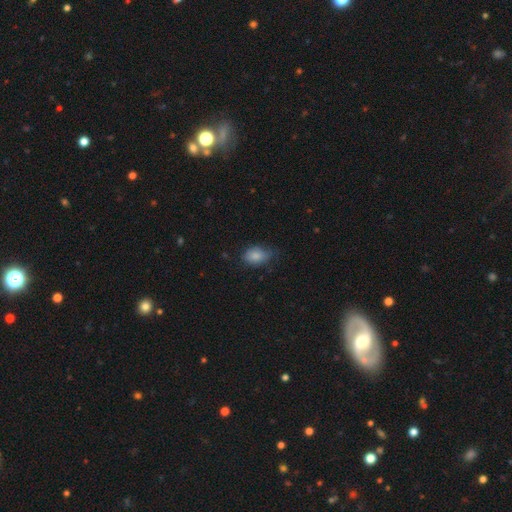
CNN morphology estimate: type=smooth (84%); roundness=in between (85%); merging=none (57%).